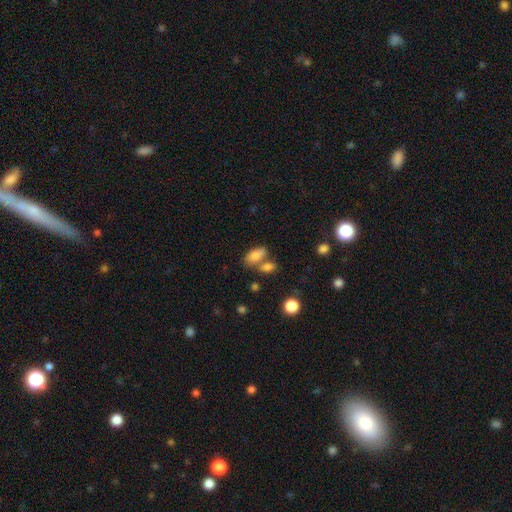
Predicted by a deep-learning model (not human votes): This is clearly a smooth galaxy (83%). How rounded: clearly in between (89%). Merging: possibly none (47%).